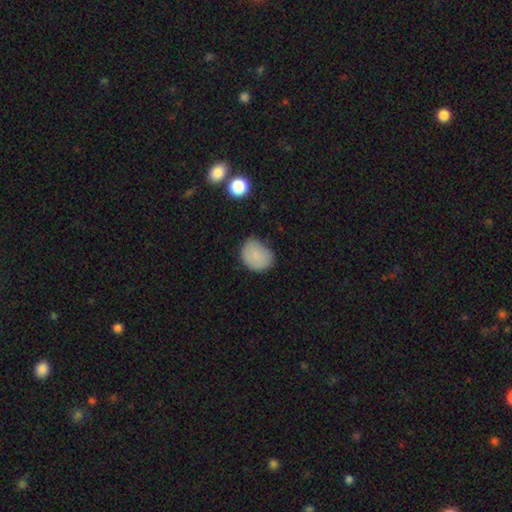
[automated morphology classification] Smooth or featured: smooth — 84% (star or artifact — 8%)
How rounded: in between — 53% (round — 46%)
Merging: none — 70% (minor disturbance — 24%)